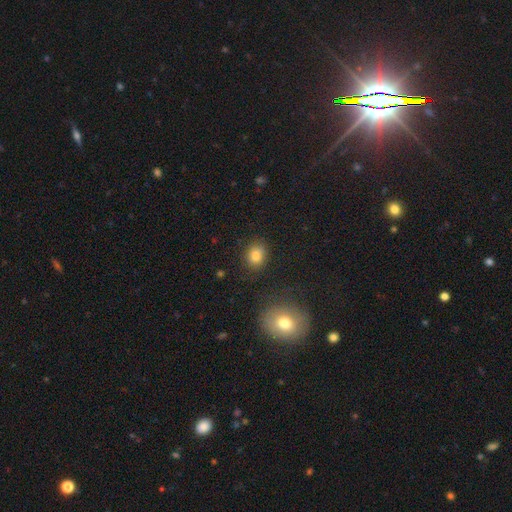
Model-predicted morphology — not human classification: Smooth or featured? smooth (84%)
How rounded? round (52%)
Merging? none (83%)